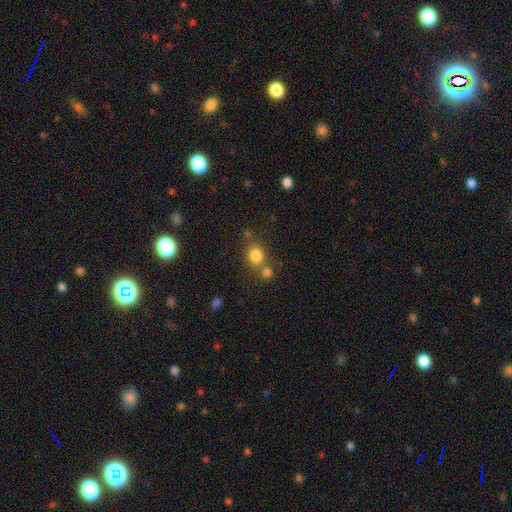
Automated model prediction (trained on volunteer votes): The model was most divided on "merging": none: 58%, merger: 27%, minor disturbance: 11%, major disturbance: 4%. More confident: smooth or featured — smooth (81%); how rounded — round (73%).